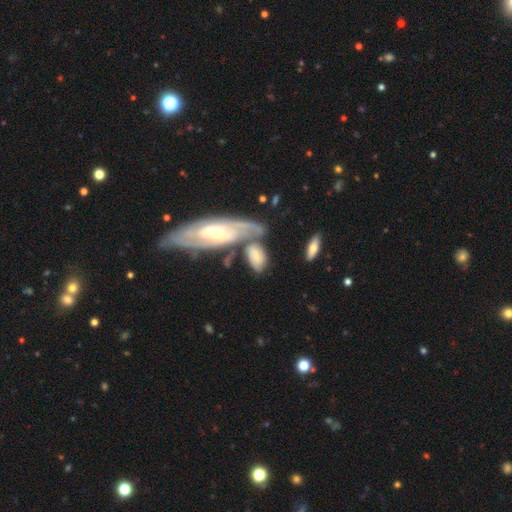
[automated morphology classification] A featured or disk galaxy (48%).

Vote fractions:
- Smooth or featured? featured or disk: 48% / smooth: 46% / star or artifact: 7%
- Merging? merger: 37% / none: 35% / minor disturbance: 17% / major disturbance: 10%